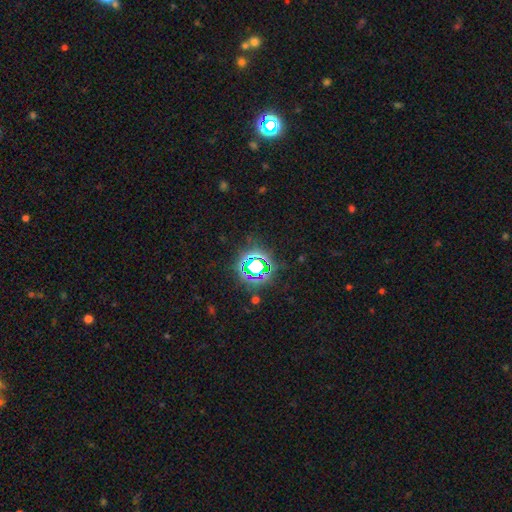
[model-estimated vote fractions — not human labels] A star or artifact, not a galaxy (76%).

Vote fractions:
- Smooth or featured? star or artifact: 76% / smooth: 16% / featured or disk: 8%